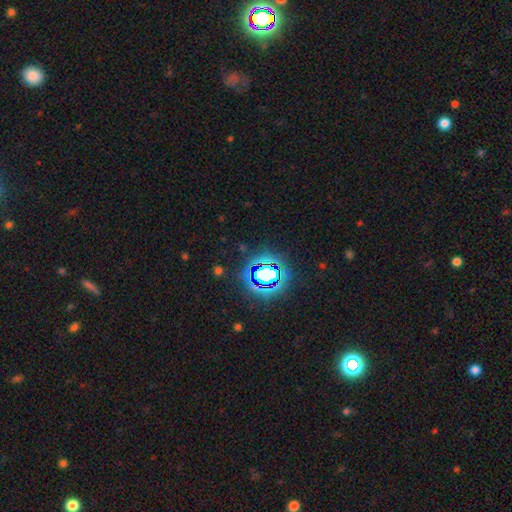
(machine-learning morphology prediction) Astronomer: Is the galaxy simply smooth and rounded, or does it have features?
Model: star or artifact — 82%.